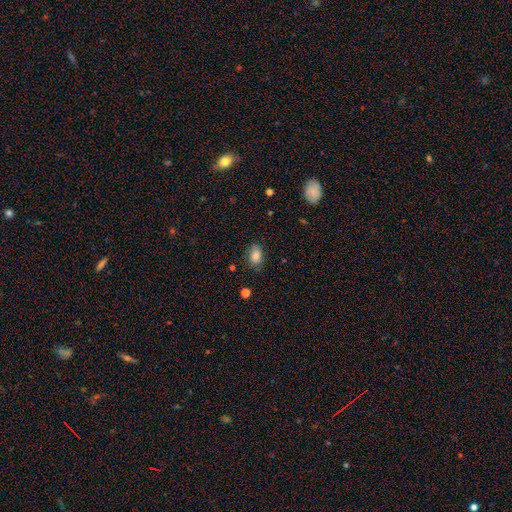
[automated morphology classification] Smooth or featured? smooth (82%)
How rounded? in between (84%)
Merging? none (76%)